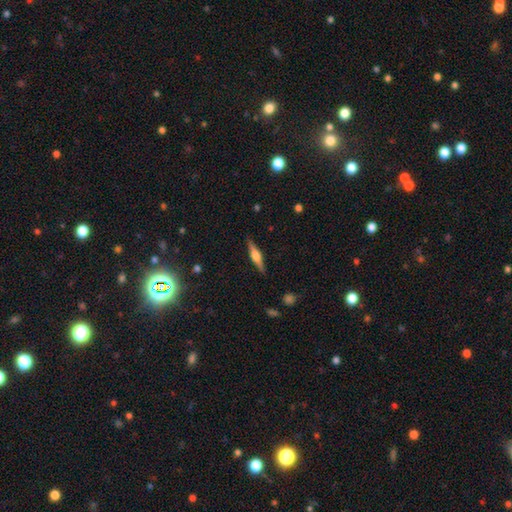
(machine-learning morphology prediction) smooth_or_featured: featured or disk (p=0.68) [alt: smooth p=0.26]
disk_edge_on: yes (p=0.98) [alt: no p=0.02]
edge_on_bulge: rounded (p=0.86) [alt: boxy p=0.11]
merging: none (p=0.90) [alt: minor disturbance p=0.07]